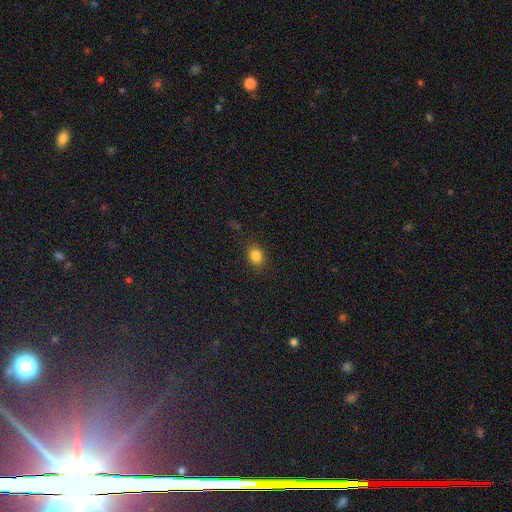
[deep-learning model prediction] Smooth or featured? Predicted: smooth (p=0.83). How rounded? Predicted: in between (p=0.59). Merging? Predicted: none (p=0.84).